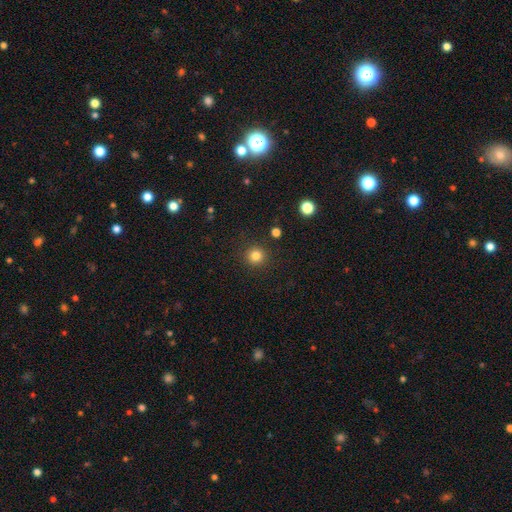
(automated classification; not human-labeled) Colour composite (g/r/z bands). It shows a smooth galaxy with no disk features (82%) that is round (95%). Merging: none (91%).